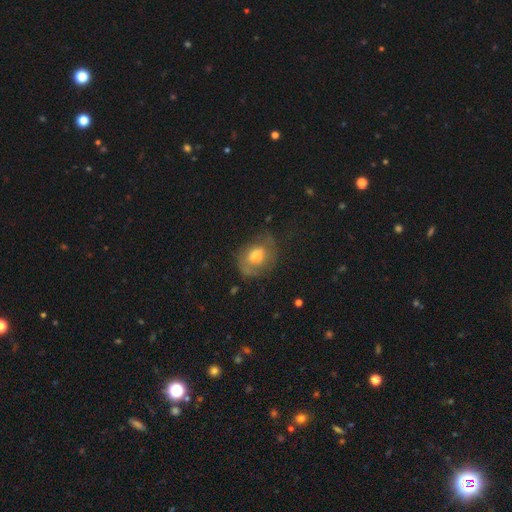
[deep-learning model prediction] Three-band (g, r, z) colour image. It shows a smooth galaxy with no disk features (54%) that is in between round and cigar-shaped (55%). Merging: none (54%).